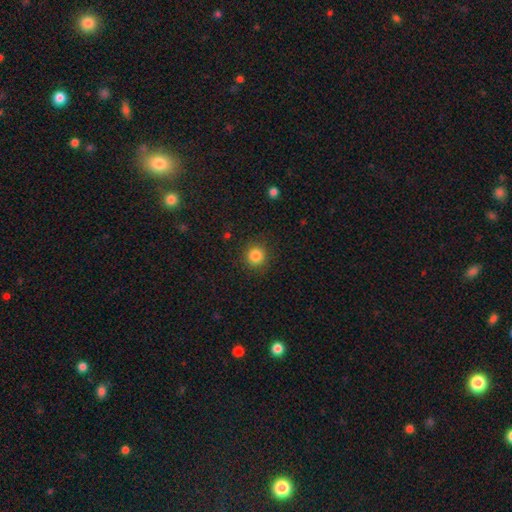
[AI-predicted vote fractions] Smooth or featured? smooth (84%)
How rounded? round (92%)
Merging? none (90%)